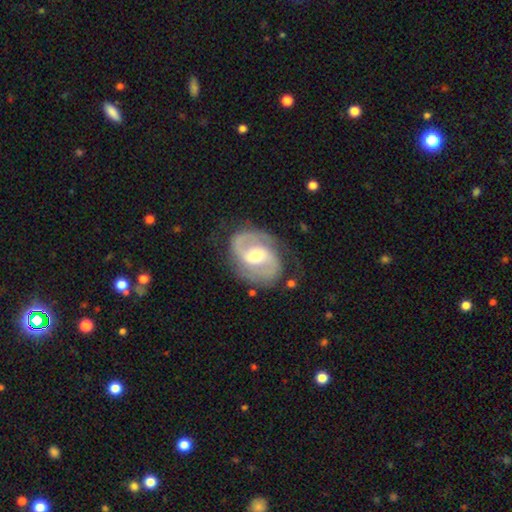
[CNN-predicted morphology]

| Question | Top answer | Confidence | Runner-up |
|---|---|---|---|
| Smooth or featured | featured or disk | 88% | smooth (8%) |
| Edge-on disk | no | 98% | yes (2%) |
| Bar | weak | 50% | no (26%) |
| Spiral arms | yes | 96% | no (4%) |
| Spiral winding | medium | 54% | tight (29%) |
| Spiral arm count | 2 | 91% | can't tell (4%) |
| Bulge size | moderate | 69% | small (23%) |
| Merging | none | 76% | minor disturbance (16%) |